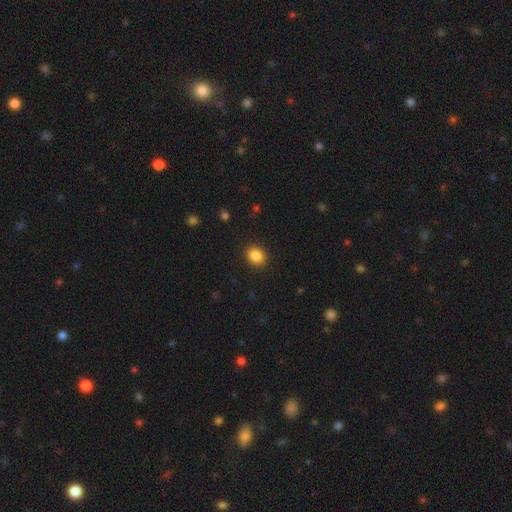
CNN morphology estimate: A smooth galaxy with no disk features (87%) that is round (51%).

Vote fractions:
- Smooth or featured? smooth: 87% / star or artifact: 9% / featured or disk: 4%
- How rounded? round: 51% / in between: 48% / cigar-shaped: 1%
- Merging? none: 90% / minor disturbance: 7% / major disturbance: 2% / merger: 1%